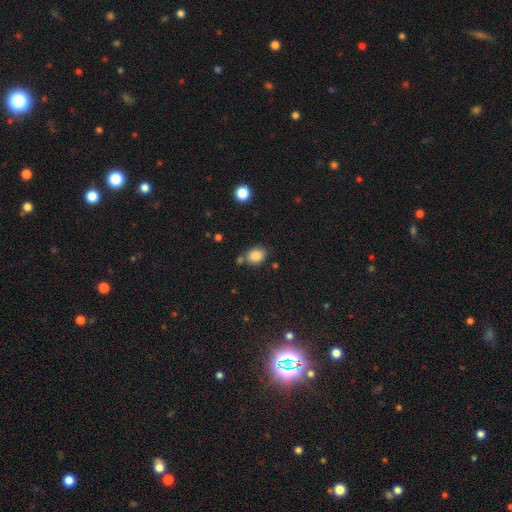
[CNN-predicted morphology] The model was most divided on "how rounded": in between: 51%, round: 48%, cigar-shaped: 1%. More confident: smooth or featured — smooth (85%); merging — none (69%).